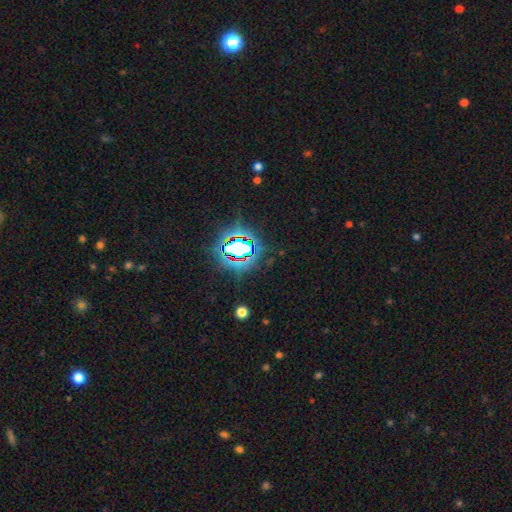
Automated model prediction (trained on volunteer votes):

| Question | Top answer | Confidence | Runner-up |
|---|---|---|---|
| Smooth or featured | star or artifact | 82% | smooth (10%) |